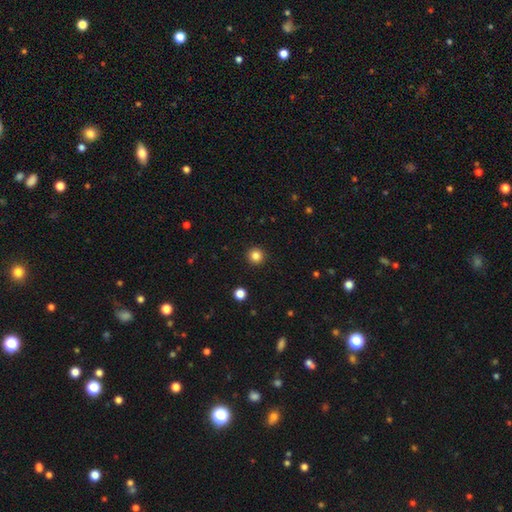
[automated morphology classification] type=smooth (84%); roundness=round (95%); merging=none (93%).